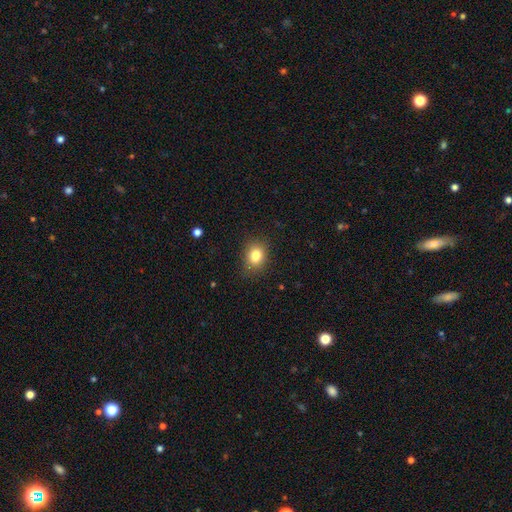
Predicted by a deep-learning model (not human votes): This appears to be a smooth galaxy with no disk features (81%) that is round (55%). Merging: none (82%).